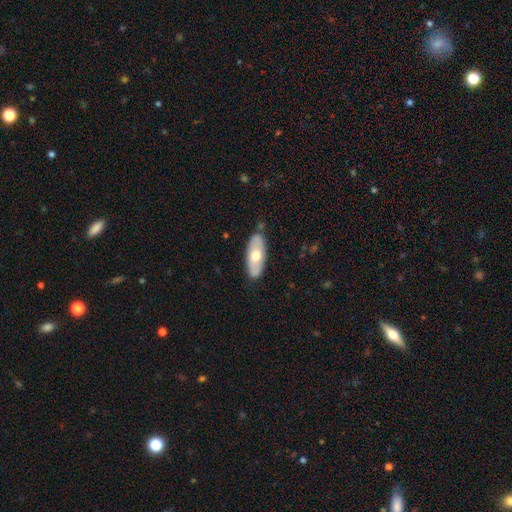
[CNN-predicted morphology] The model was most divided on "smooth or featured": smooth: 57%, featured or disk: 38%, star or artifact: 5%. More confident: merging — none (84%); how rounded — in between (82%).